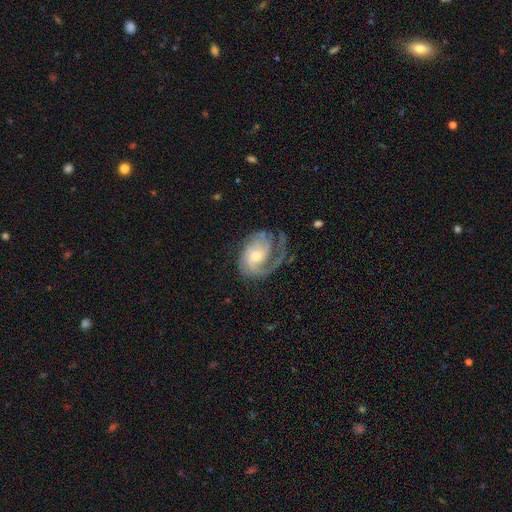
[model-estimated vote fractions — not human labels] This is clearly a featured or disk galaxy (86%). It is clearly not viewed edge-on (98%). Bar: likely no (60%). Spiral arm pattern: clearly yes (97%). Spiral arm count: marginally 2 (30%). Spiral winding: possibly tight (45%). Central bulge: possibly moderate (57%). Merging: possibly none (53%).